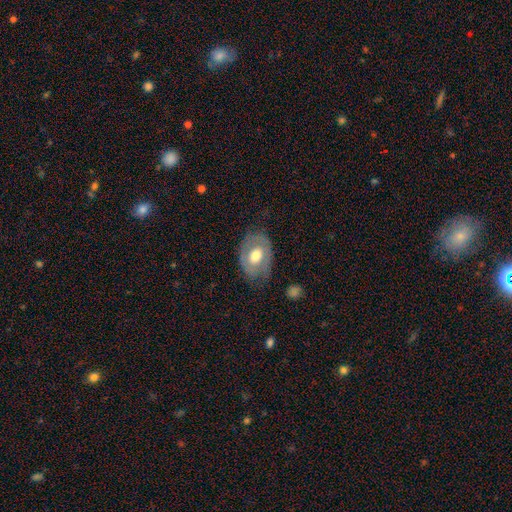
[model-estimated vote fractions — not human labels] Smooth or featured: featured or disk — 49% (smooth — 45%)
Merging: none — 67% (minor disturbance — 22%)